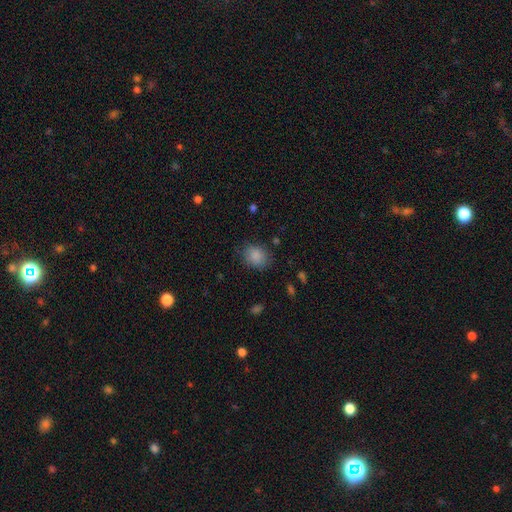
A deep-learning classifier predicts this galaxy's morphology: smooth 86%, star or artifact 9%, featured or disk 5%. Down the decision tree: how rounded — round (52%); merging — none (78%).